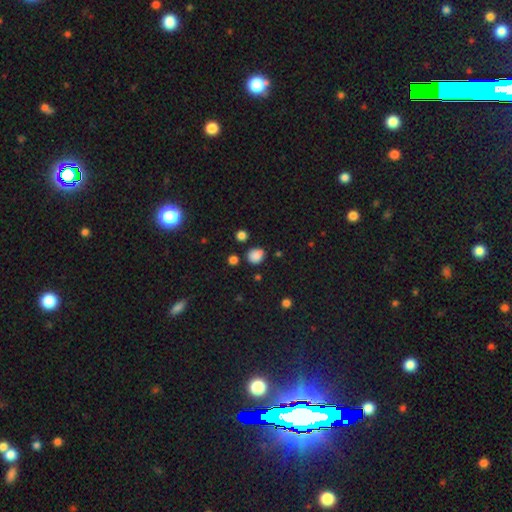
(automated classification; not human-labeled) A smooth galaxy with no disk features (82%) that is round (65%).

Vote fractions:
- Smooth or featured? smooth: 82% / star or artifact: 13% / featured or disk: 4%
- How rounded? round: 65% / in between: 34% / cigar-shaped: 1%
- Merging? none: 73% / minor disturbance: 18% / merger: 5% / major disturbance: 4%